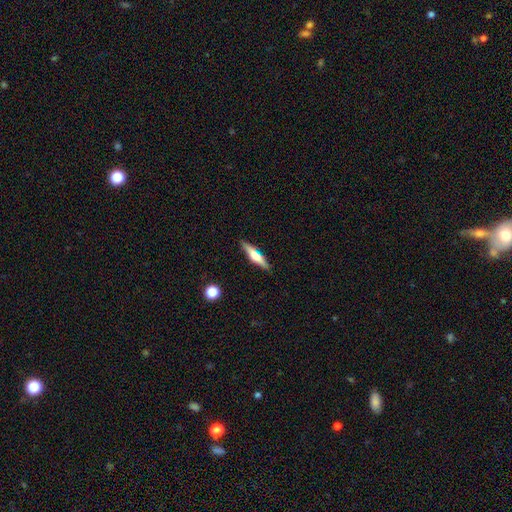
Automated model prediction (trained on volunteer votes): featured or disk 50%, smooth 44%, star or artifact 6%. Down the decision tree: edge-on disk — yes (95%); merging — none (88%).